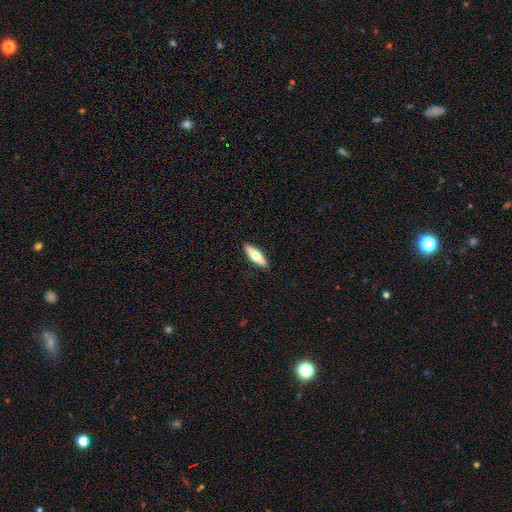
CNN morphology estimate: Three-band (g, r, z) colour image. It shows a smooth galaxy with no disk features (51%) that is cigar-shaped (67%). Merging: none (91%).